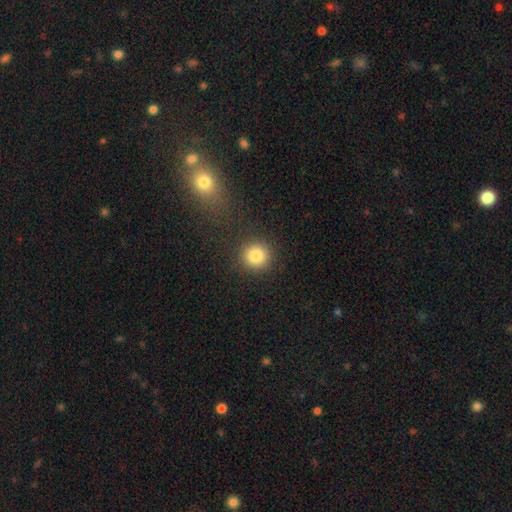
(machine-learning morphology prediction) smooth 84%, star or artifact 10%, featured or disk 5%. Down the decision tree: how rounded — round (93%); merging — none (88%).